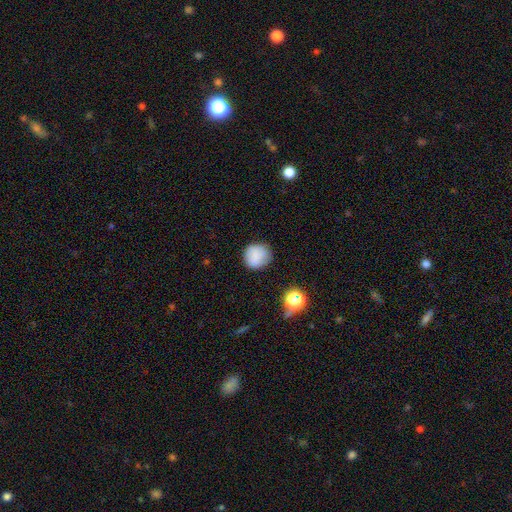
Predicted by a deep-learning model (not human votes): Morphology: type=smooth (82%); roundness=round (87%); merging=none (82%).